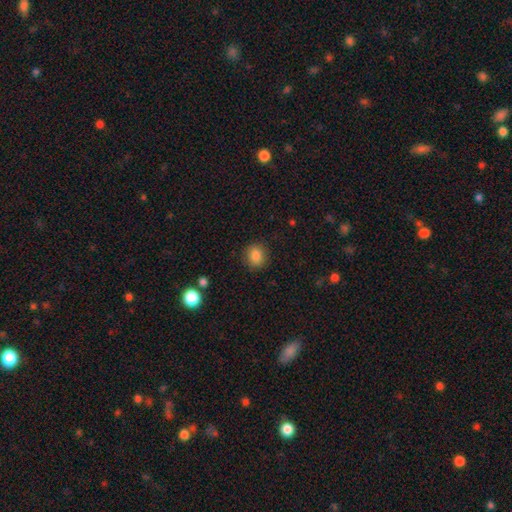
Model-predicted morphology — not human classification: A smooth galaxy with no disk features (85%) that is round (73%). Merging: none (88%).